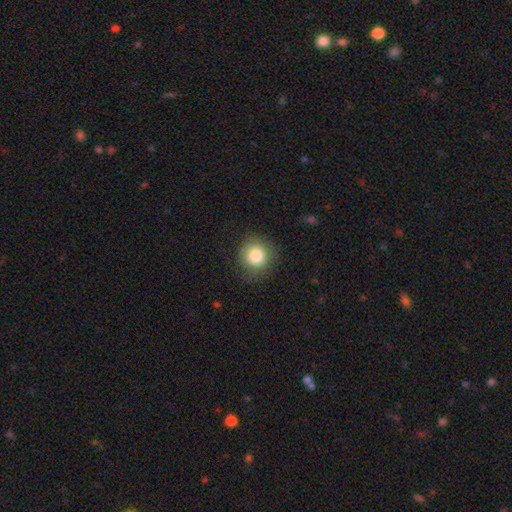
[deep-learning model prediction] Smooth or featured: smooth — 83% (star or artifact — 10%)
How rounded: round — 89% (in between — 10%)
Merging: none — 82% (minor disturbance — 13%)